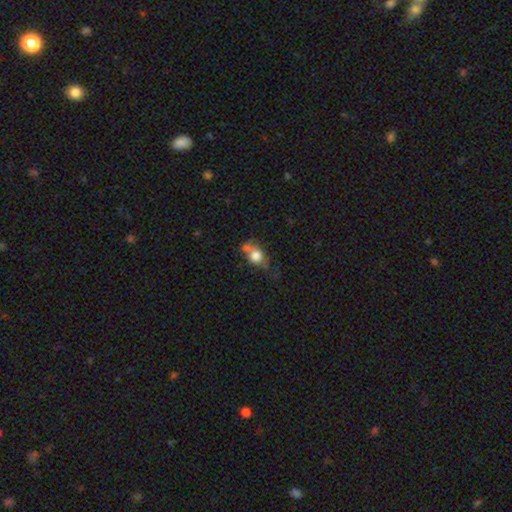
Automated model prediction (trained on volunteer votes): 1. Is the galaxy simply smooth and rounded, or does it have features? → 73% smooth, 18% featured or disk, 9% star or artifact.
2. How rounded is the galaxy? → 52% in between, 44% round, 4% cigar-shaped.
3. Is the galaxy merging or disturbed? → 37% none, 30% merger, 22% minor disturbance, 11% major disturbance.